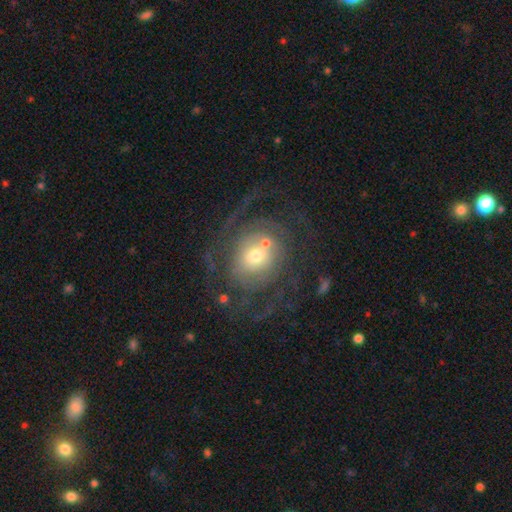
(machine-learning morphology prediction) type=featured or disk (77%); edge-on=no (97%); bar=no (75%); spiral arms=yes (86%); winding=tight (46%); arm count=can't tell (30%); bulge=moderate (50%); merging=none (59%).